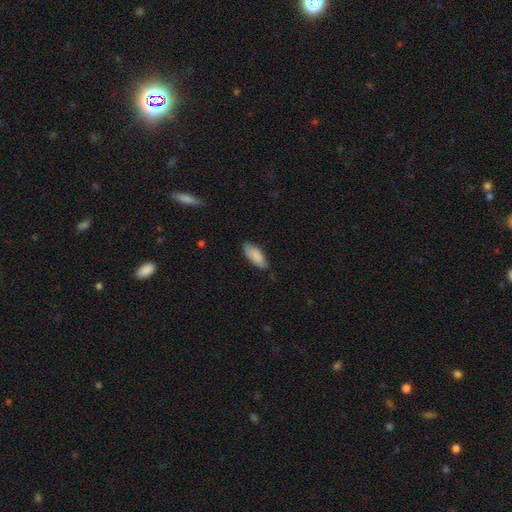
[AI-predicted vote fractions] The model was most divided on "merging": none: 66%, minor disturbance: 28%, major disturbance: 5%, merger: 1%. More confident: how rounded — in between (85%); smooth or featured — smooth (84%).